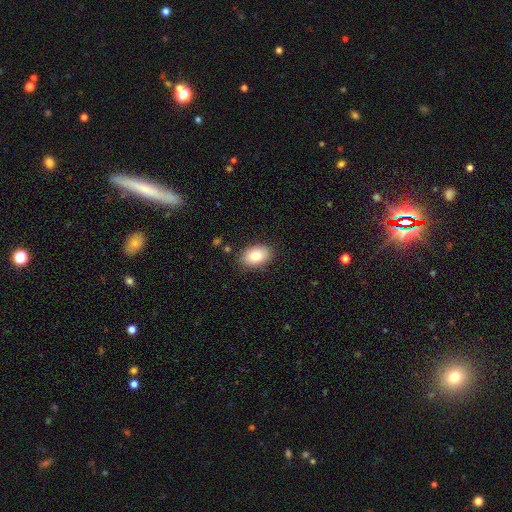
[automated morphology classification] smooth_or_featured: smooth (p=0.79) [alt: featured or disk p=0.12]
how_rounded: in between (p=0.82) [alt: round p=0.17]
merging: none (p=0.86) [alt: minor disturbance p=0.10]